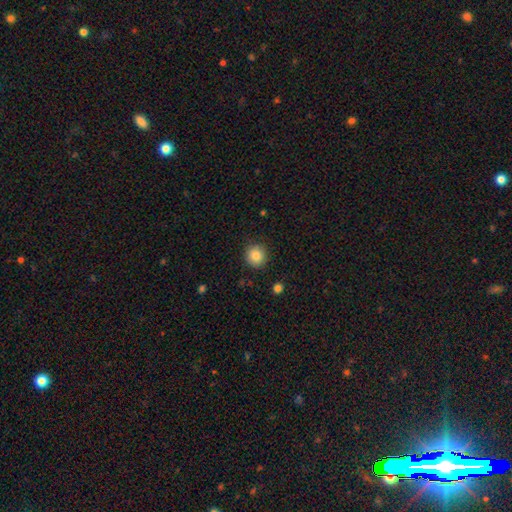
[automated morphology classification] type=smooth (85%); roundness=round (92%); merging=none (90%).